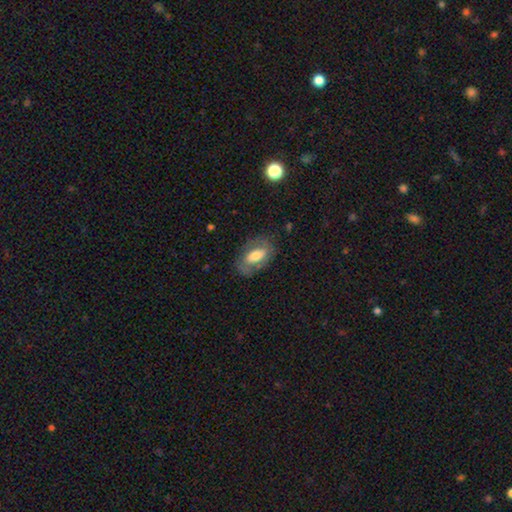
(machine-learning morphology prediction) Smooth or featured?
  - smooth: 59% *
  - featured or disk: 34%
  - star or artifact: 7%
How rounded?
  - in between: 89% *
  - cigar-shaped: 5%
  - round: 5%
Merging?
  - none: 72% *
  - minor disturbance: 18%
  - major disturbance: 8%
  - merger: 2%